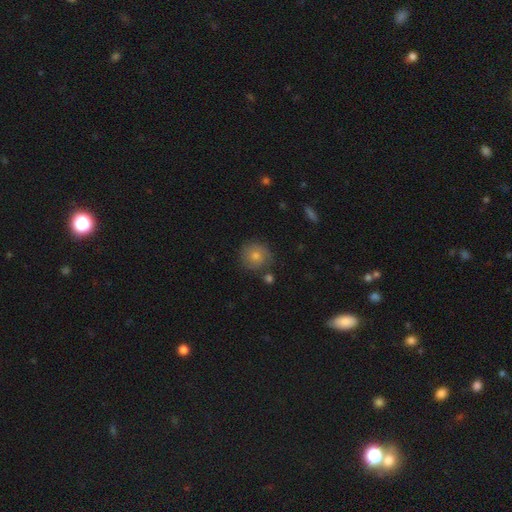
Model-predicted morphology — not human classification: smooth 63%, featured or disk 24%, star or artifact 13%. Down the decision tree: how rounded — round (92%); merging — none (81%).